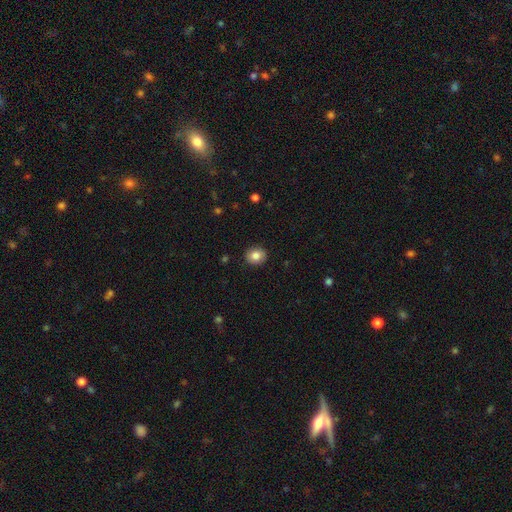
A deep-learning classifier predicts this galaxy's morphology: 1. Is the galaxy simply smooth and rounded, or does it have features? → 83% smooth, 9% star or artifact, 8% featured or disk.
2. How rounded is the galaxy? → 77% round, 22% in between, 1% cigar-shaped.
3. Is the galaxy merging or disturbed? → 91% none, 6% minor disturbance, 2% major disturbance, 1% merger.